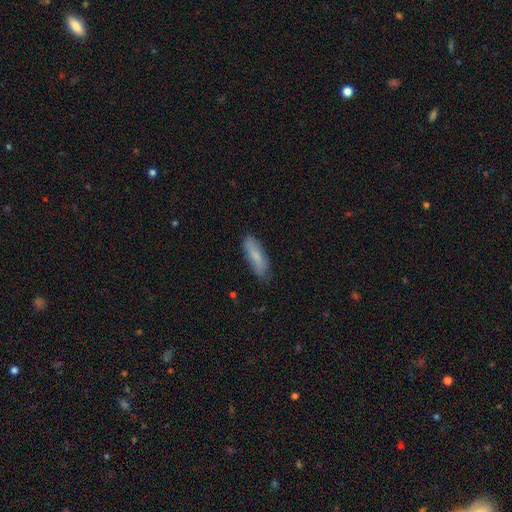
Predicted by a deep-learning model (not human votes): Smooth or featured?
  - smooth: 79% *
  - featured or disk: 15%
  - star or artifact: 6%
How rounded?
  - cigar-shaped: 54% *
  - in between: 44%
  - round: 2%
Merging?
  - none: 79% *
  - minor disturbance: 17%
  - major disturbance: 3%
  - merger: 1%